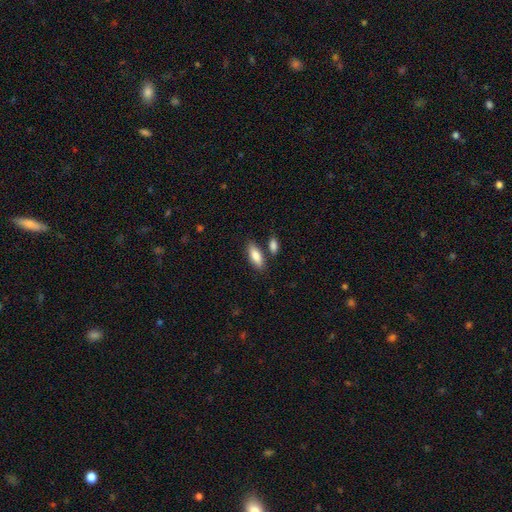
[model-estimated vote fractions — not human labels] Overall: smooth (86%). How rounded: in between (77%). Merging: none (74%).